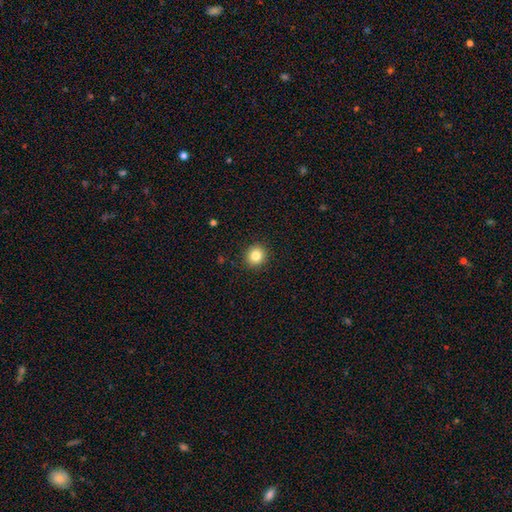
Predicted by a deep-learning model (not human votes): The model was most divided on "smooth or featured": smooth: 84%, star or artifact: 11%, featured or disk: 6%. More confident: merging — none (92%); how rounded — round (90%).